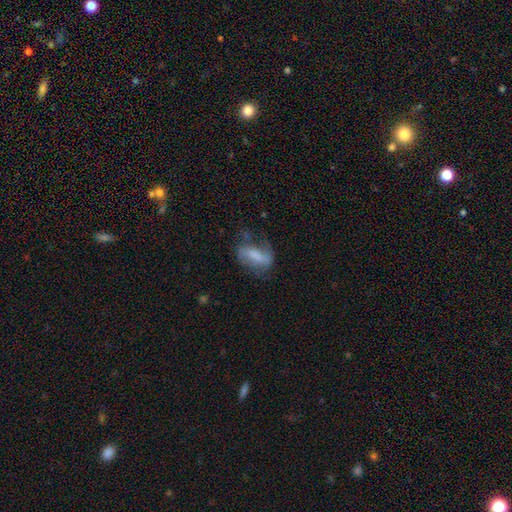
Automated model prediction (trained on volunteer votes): This is possibly a smooth galaxy (46%). Merging: possibly none (48%).